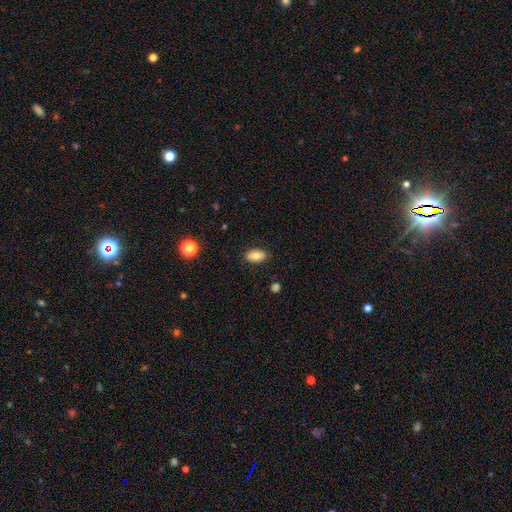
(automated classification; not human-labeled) A smooth galaxy with no disk features (81%) that is in between round and cigar-shaped (91%). Merging: none (86%).